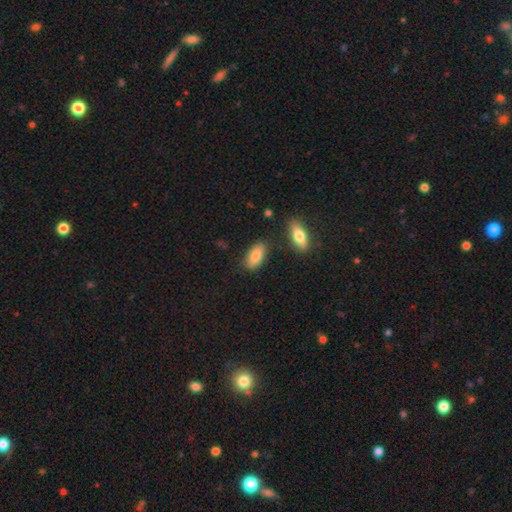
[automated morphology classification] smooth-or-featured: smooth: 84% | featured or disk: 10% | star or artifact: 6%
  how-rounded: in between: 84% | cigar-shaped: 14% | round: 3%
  merging: none: 77% | minor disturbance: 14% | merger: 5% | major disturbance: 3%